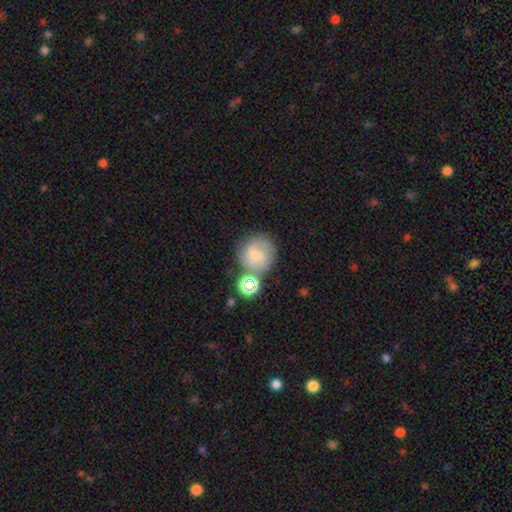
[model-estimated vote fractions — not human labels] Smooth or featured? smooth (54%)
How rounded? round (88%)
Merging? none (59%)